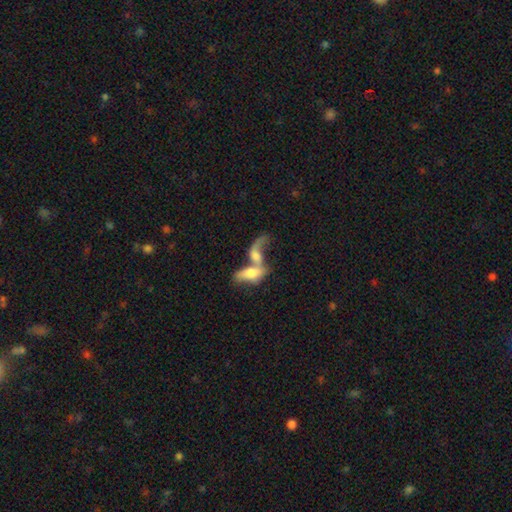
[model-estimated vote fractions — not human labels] Smooth or featured? Predicted: smooth (p=0.50). Merging? Predicted: merger (p=0.77).